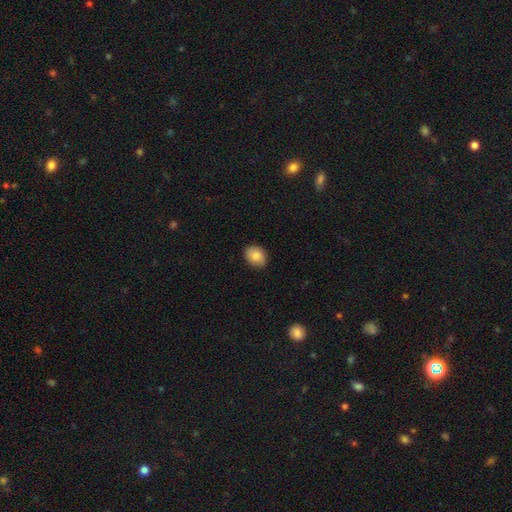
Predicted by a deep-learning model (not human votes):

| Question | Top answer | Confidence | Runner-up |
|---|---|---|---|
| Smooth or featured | smooth | 85% | featured or disk (8%) |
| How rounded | in between | 59% | round (40%) |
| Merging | none | 86% | minor disturbance (11%) |